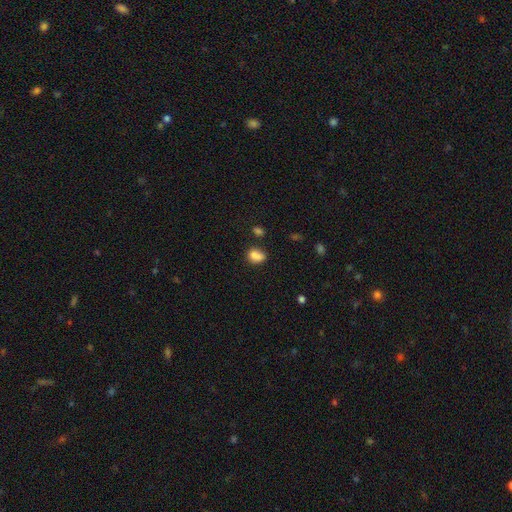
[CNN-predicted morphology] This appears to be a smooth galaxy with no disk features (82%) that is in between round and cigar-shaped (64%). Merging: none (51%).